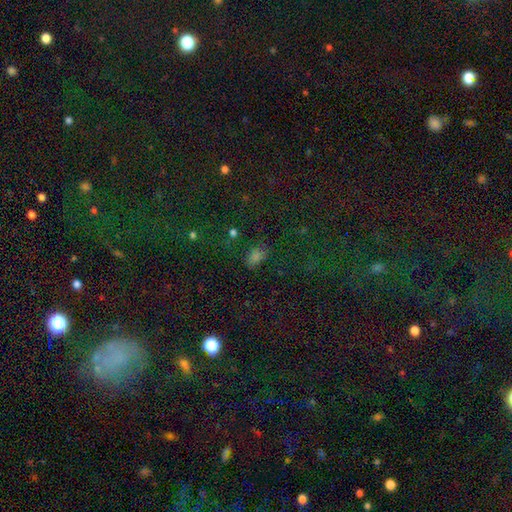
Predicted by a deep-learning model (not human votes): Overall: smooth (60%; star or artifact 32%). How rounded: in between (82%). Merging: none (75%).